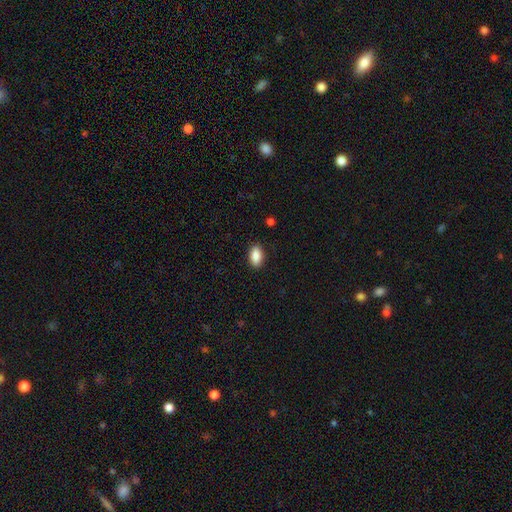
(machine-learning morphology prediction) smooth_or_featured: smooth (p=0.89) [alt: star or artifact p=0.07]
how_rounded: in between (p=0.92) [alt: round p=0.06]
merging: none (p=0.88) [alt: minor disturbance p=0.09]